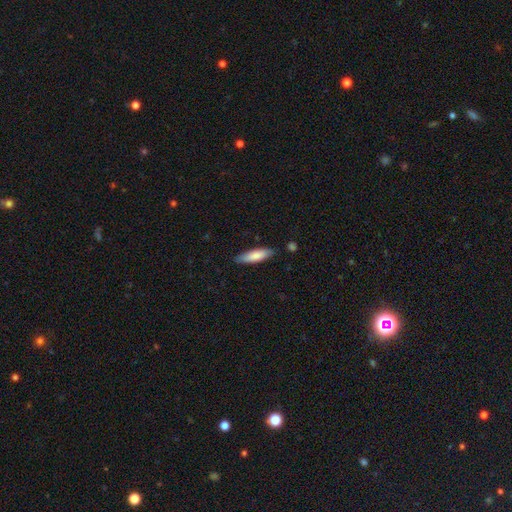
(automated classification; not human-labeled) This is clearly a smooth galaxy (80%). How rounded: possibly cigar-shaped (60%). Merging: clearly none (83%).